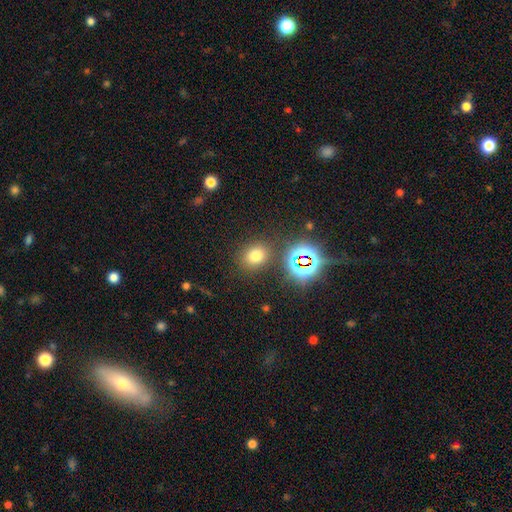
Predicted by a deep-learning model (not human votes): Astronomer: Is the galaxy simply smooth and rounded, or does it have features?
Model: smooth — 69%.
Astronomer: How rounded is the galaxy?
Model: round — 62%.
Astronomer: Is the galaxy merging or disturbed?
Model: none — 81%.